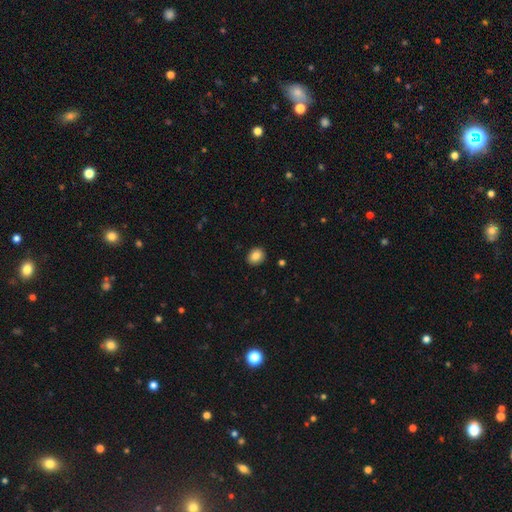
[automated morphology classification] smooth_or_featured: smooth (p=0.85) [alt: star or artifact p=0.09]
how_rounded: round (p=0.61) [alt: in between p=0.38]
merging: none (p=0.91) [alt: minor disturbance p=0.07]